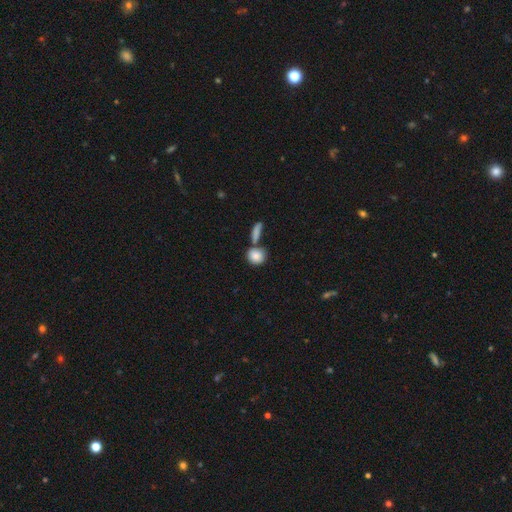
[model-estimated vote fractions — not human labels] This is clearly a smooth galaxy (85%). How rounded: likely round (70%). Merging: possibly none (53%).